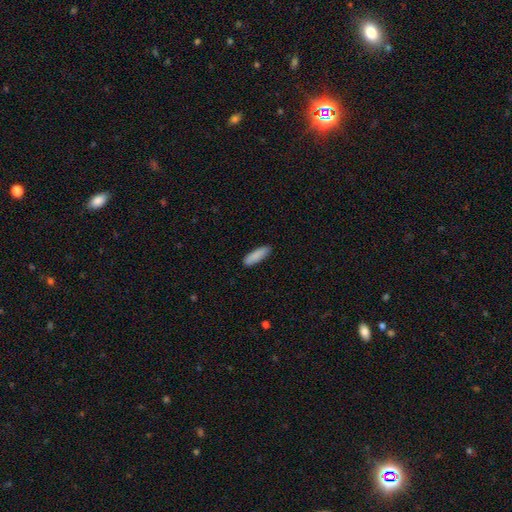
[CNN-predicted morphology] This is clearly a smooth galaxy (89%). How rounded: possibly cigar-shaped (57%). Merging: clearly none (88%).